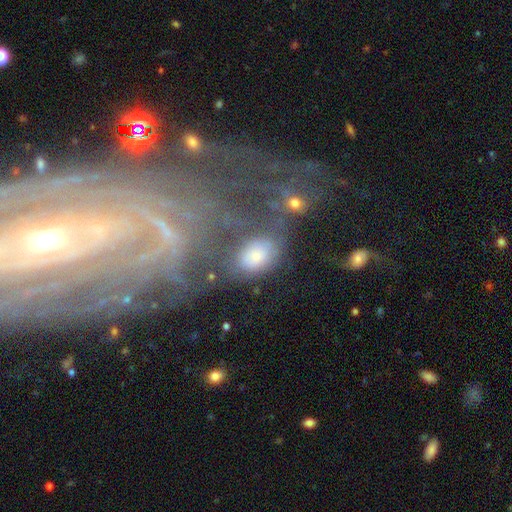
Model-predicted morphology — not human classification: This is possibly a smooth galaxy (54%). How rounded: likely in between (76%). Merging: possibly none (55%).